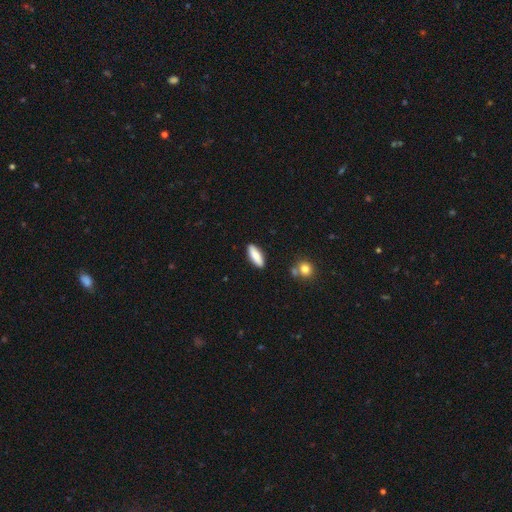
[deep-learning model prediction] smooth-or-featured: smooth: 81% | featured or disk: 13% | star or artifact: 6%
  how-rounded: in between: 55% | cigar-shaped: 43% | round: 2%
  merging: none: 88% | minor disturbance: 9% | merger: 2% | major disturbance: 2%